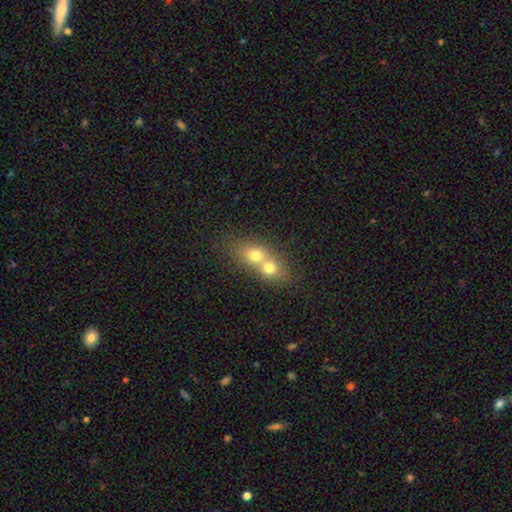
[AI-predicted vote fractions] The model was most divided on "how rounded": round: 49%, in between: 46%, cigar-shaped: 4%. More confident: merging — merger (73%); smooth or featured — smooth (64%).